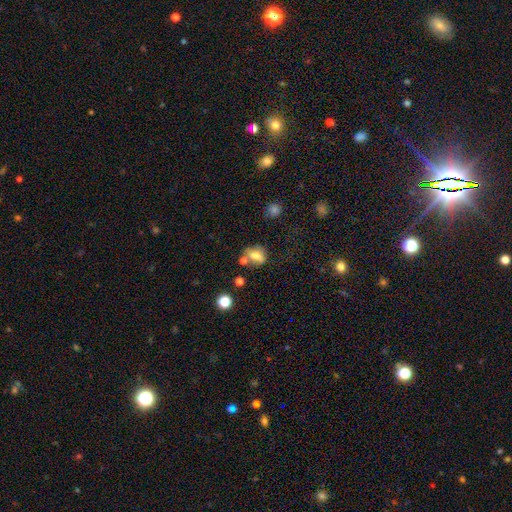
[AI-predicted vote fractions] Smooth or featured?
  - smooth: 65% *
  - featured or disk: 22%
  - star or artifact: 12%
How rounded?
  - in between: 55% *
  - round: 42%
  - cigar-shaped: 3%
Merging?
  - none: 47% *
  - merger: 26%
  - minor disturbance: 18%
  - major disturbance: 8%